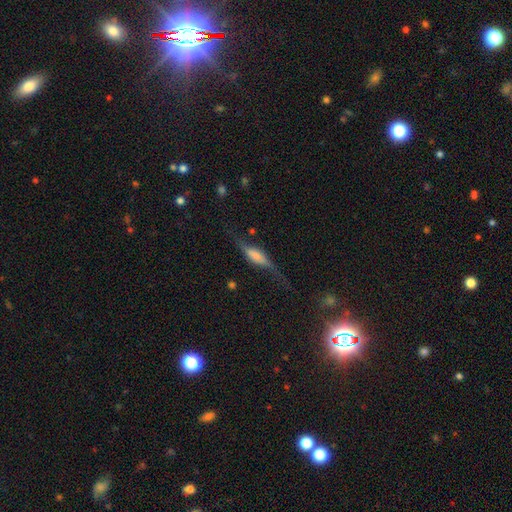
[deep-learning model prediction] Smooth or featured? Predicted: featured or disk (p=0.62). Edge-on disk? Predicted: yes (p=0.69). Merging? Predicted: none (p=0.53).